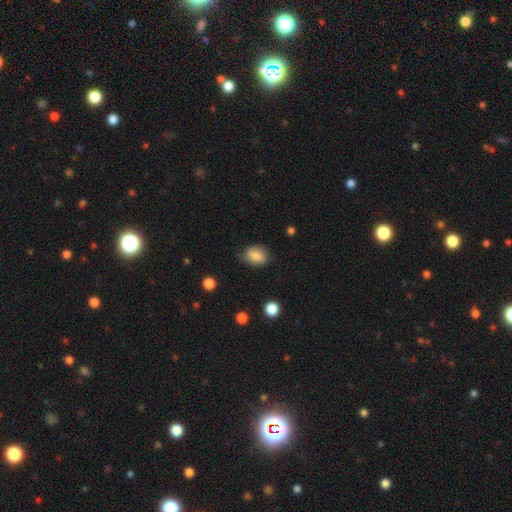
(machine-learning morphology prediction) This appears to be a smooth galaxy with no disk features (78%) that is in between round and cigar-shaped (69%). Merging: none (68%).